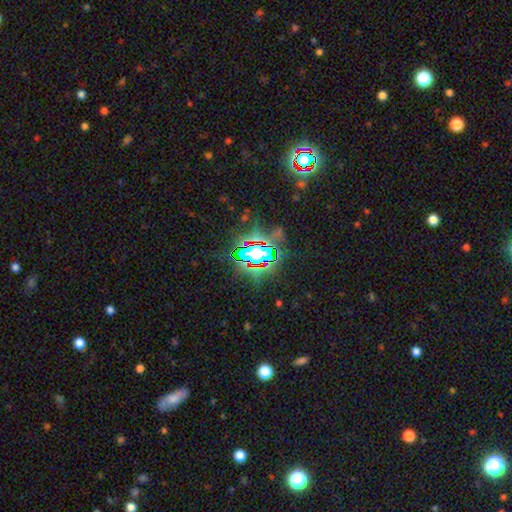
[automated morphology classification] Q: Smooth or featured?
A: star or artifact (81%); runner-up: smooth (10%)